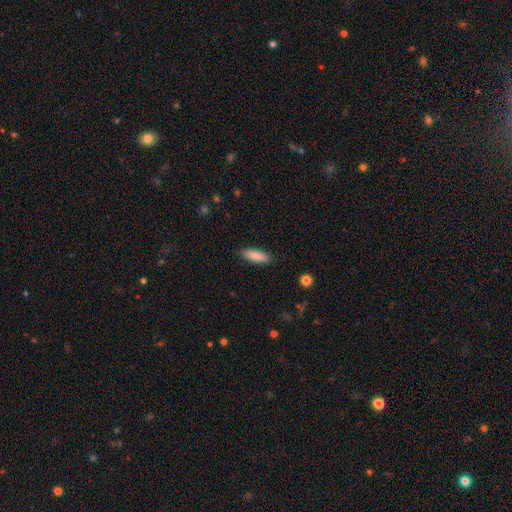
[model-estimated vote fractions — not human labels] smooth-or-featured: smooth: 87% | featured or disk: 7% | star or artifact: 6%
  how-rounded: in between: 54% | cigar-shaped: 45% | round: 2%
  merging: none: 89% | minor disturbance: 8% | major disturbance: 2% | merger: 1%